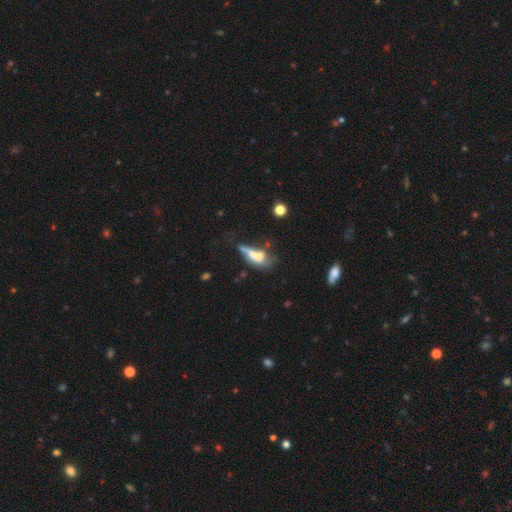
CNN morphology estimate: The model was most divided on "smooth or featured": smooth: 45%, featured or disk: 43%, star or artifact: 12%. Remaining: merging — merger (40%).